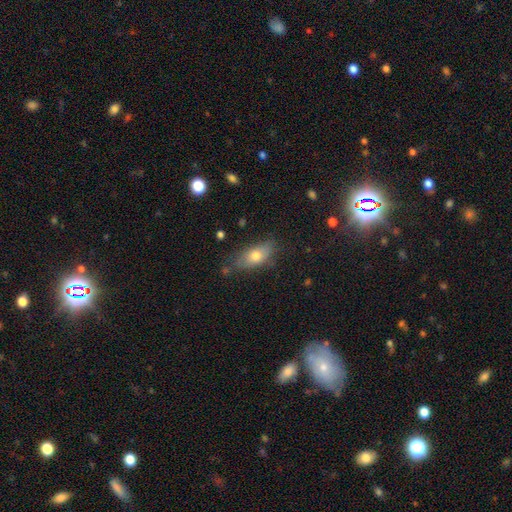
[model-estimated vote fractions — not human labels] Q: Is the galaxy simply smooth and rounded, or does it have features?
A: smooth — 70%.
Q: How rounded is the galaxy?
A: in between — 79%.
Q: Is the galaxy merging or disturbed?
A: none — 70%.